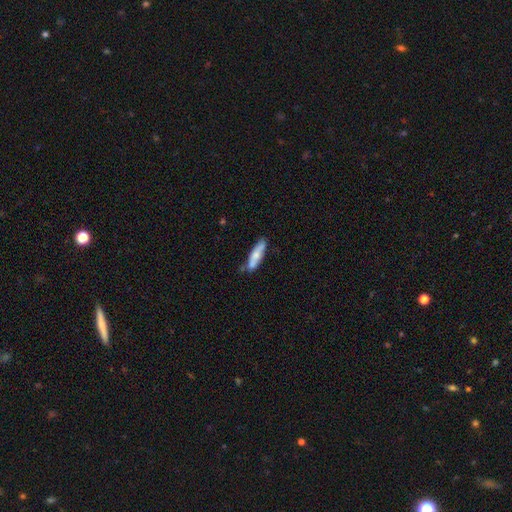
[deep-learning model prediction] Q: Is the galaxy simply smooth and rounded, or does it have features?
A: smooth — 65%.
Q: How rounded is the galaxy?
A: cigar-shaped — 70%.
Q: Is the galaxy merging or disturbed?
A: none — 67%.